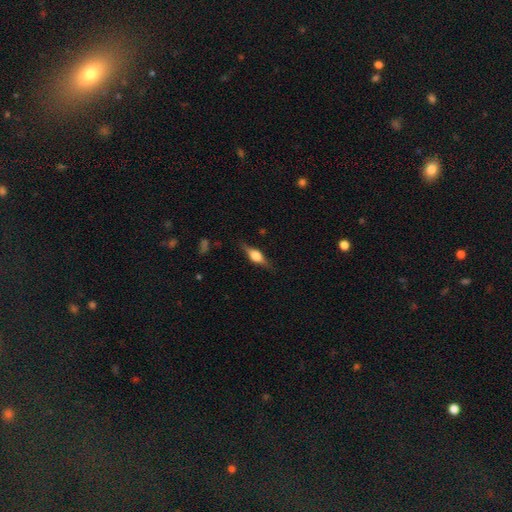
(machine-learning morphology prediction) This is likely a featured or disk galaxy (64%). It is clearly viewed edge-on (96%). Edge-on bulge: clearly rounded (90%). Merging: clearly none (84%).